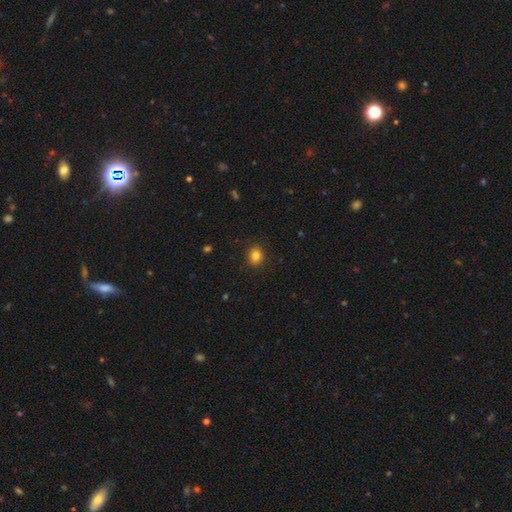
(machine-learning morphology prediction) smooth-or-featured: smooth: 83% | star or artifact: 11% | featured or disk: 6%
  how-rounded: round: 58% | in between: 41% | cigar-shaped: 1%
  merging: none: 88% | minor disturbance: 8% | major disturbance: 2% | merger: 1%